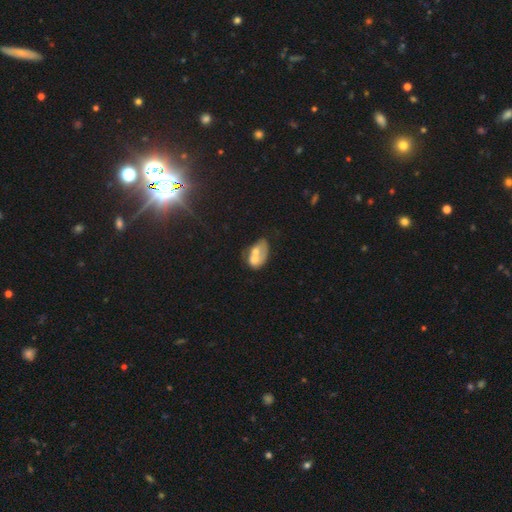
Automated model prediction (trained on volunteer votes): Q: Smooth or featured?
A: smooth (52%); runner-up: featured or disk (39%)
Q: How rounded?
A: in between (81%); runner-up: round (17%)
Q: Merging?
A: merger (63%); runner-up: none (15%)